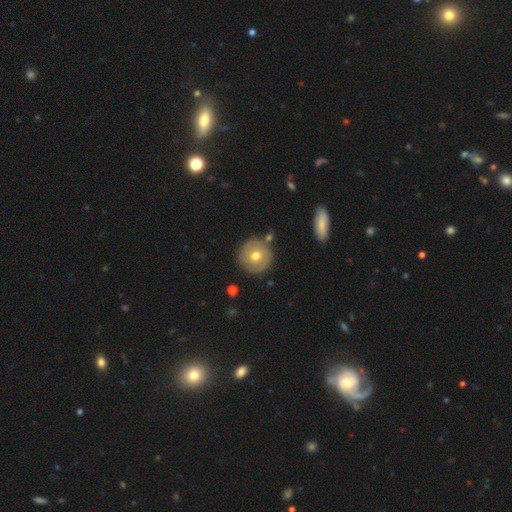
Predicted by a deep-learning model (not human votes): smooth_or_featured: smooth (p=0.52) [alt: featured or disk p=0.41]
how_rounded: round (p=0.94) [alt: in between p=0.05]
merging: none (p=0.81) [alt: minor disturbance p=0.11]